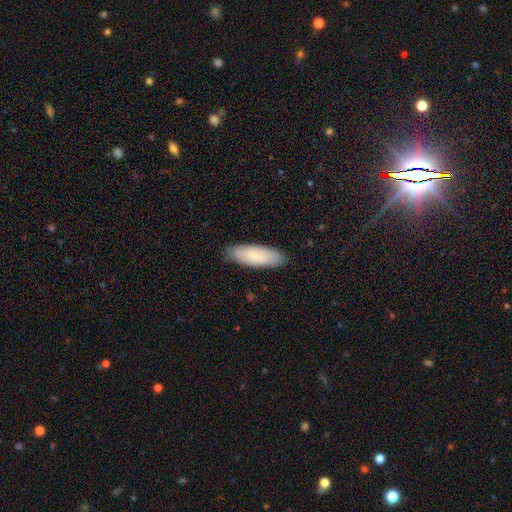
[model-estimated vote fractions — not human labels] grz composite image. It shows a smooth galaxy with no disk features (84%) that is in between round and cigar-shaped (61%). Merging: none (87%).